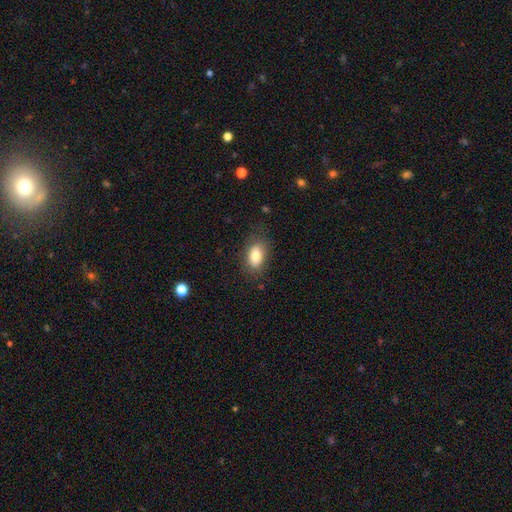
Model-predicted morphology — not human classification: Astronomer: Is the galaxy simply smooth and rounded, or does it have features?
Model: smooth — 80%.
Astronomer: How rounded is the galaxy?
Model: in between — 88%.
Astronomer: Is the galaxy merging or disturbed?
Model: none — 79%.